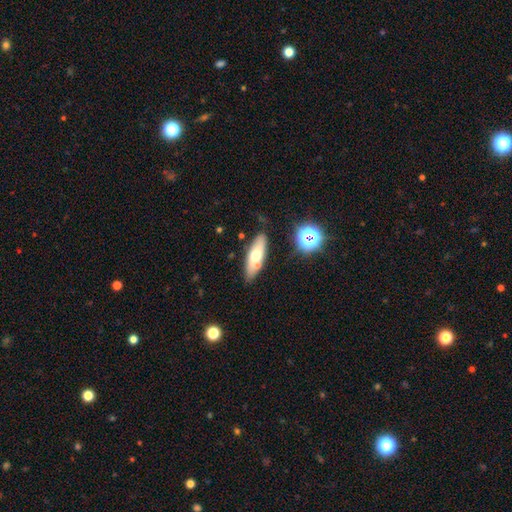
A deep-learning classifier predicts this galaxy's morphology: This appears to be a smooth galaxy with no disk features (58%) that is in between round and cigar-shaped (58%). Merging: none (77%).